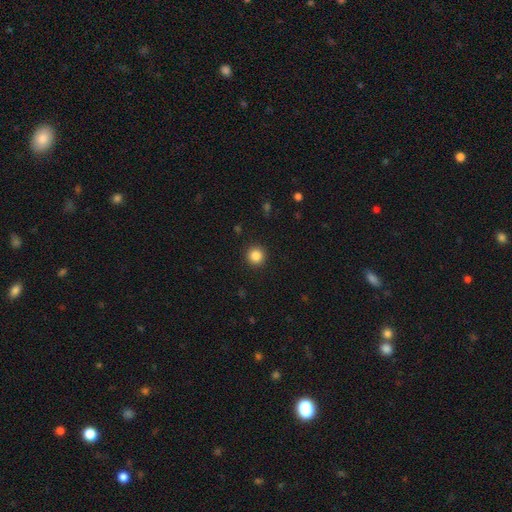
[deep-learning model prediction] Q: Smooth or featured?
A: smooth (85%); runner-up: star or artifact (11%)
Q: How rounded?
A: round (95%); runner-up: in between (4%)
Q: Merging?
A: none (92%); runner-up: minor disturbance (5%)